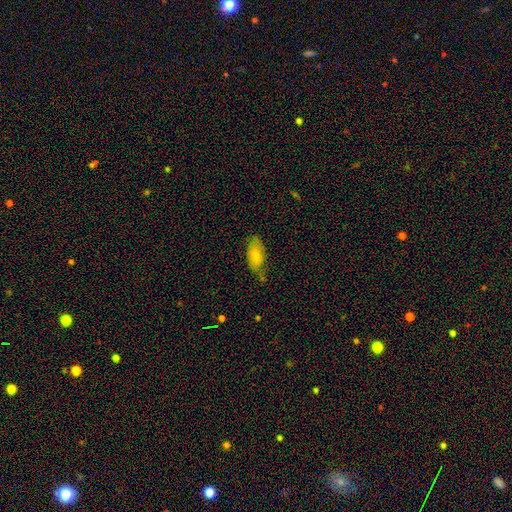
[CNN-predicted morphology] This is likely a smooth galaxy (78%). How rounded: clearly in between (90%). Merging: possibly none (56%).